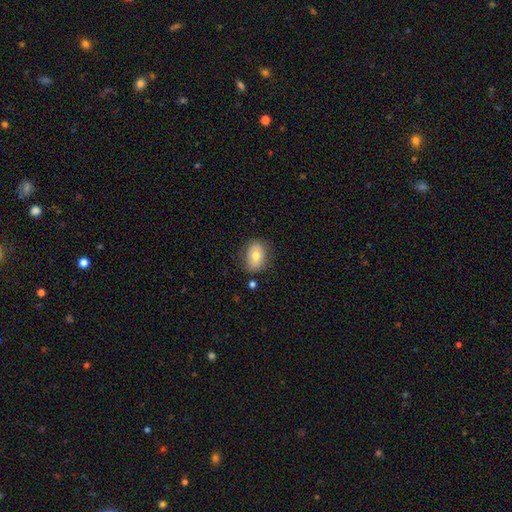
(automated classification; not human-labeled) A smooth galaxy with no disk features (75%) that is in between round and cigar-shaped (73%). Merging: none (78%).